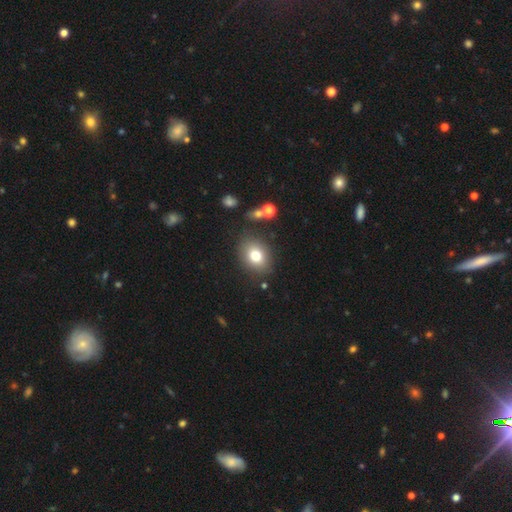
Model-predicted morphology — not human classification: A smooth galaxy with no disk features (77%) that is round (51%).

Vote fractions:
- Smooth or featured? smooth: 77% / star or artifact: 12% / featured or disk: 11%
- How rounded? round: 51% / in between: 48% / cigar-shaped: 1%
- Merging? none: 81% / minor disturbance: 11% / merger: 4% / major disturbance: 4%